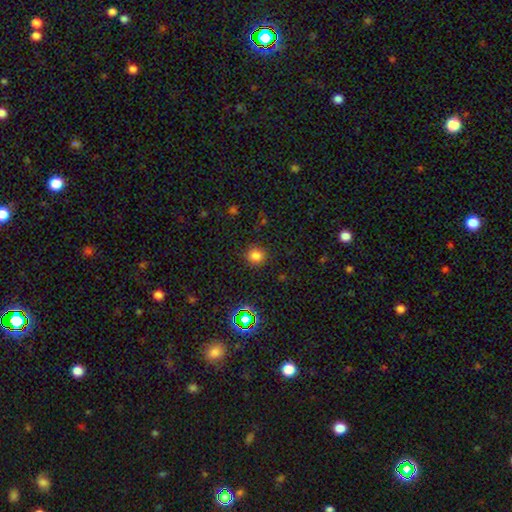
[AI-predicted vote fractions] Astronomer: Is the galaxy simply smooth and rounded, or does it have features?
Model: smooth — 77%.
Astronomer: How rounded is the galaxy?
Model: round — 89%.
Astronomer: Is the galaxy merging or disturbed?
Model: none — 87%.